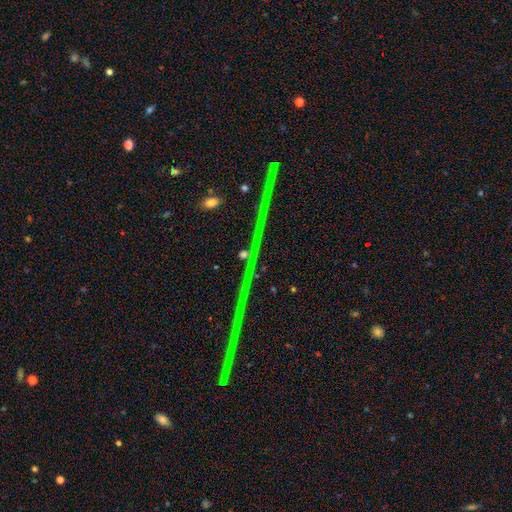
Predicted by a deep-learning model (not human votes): Smooth or featured?
  - star or artifact: 70% *
  - featured or disk: 19%
  - smooth: 11%